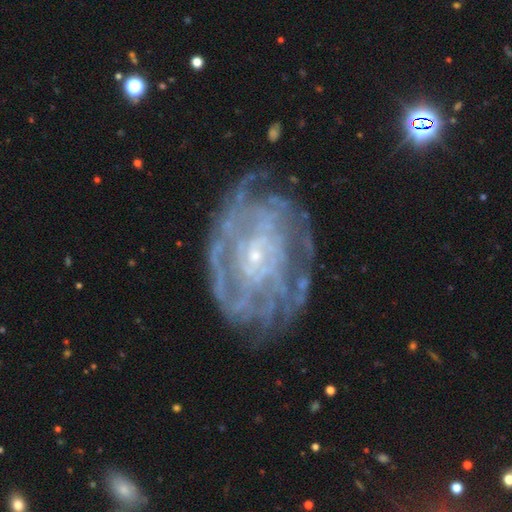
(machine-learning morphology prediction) Smooth or featured? featured or disk (85%)
Edge-on disk? no (96%)
Bar? no (65%)
Spiral arms? yes (91%)
Spiral winding? tight (69%)
Spiral arm count? can't tell (40%)
Bulge size? small (85%)
Merging? none (68%)